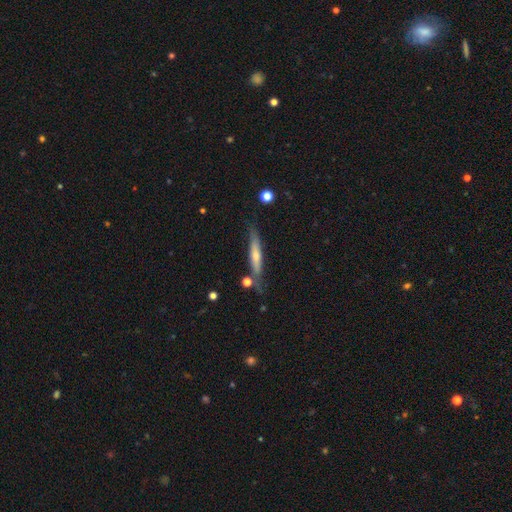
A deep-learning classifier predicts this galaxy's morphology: Q: Smooth or featured?
A: featured or disk (51%); runner-up: smooth (43%)
Q: Edge-on disk?
A: yes (90%); runner-up: no (10%)
Q: Merging?
A: none (72%); runner-up: minor disturbance (18%)